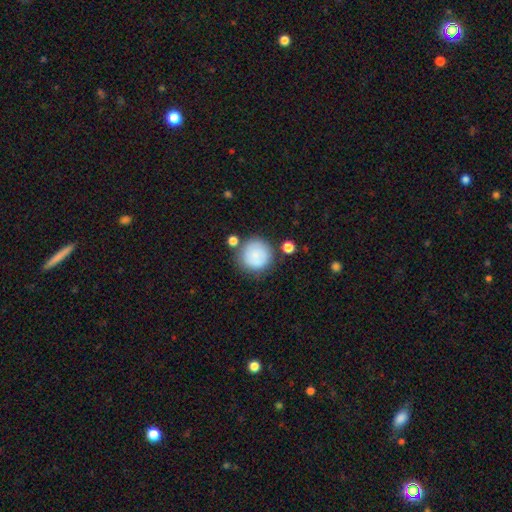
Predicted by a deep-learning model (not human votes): This appears to be a smooth galaxy with no disk features (83%) that is round (94%). Merging: none (73%).